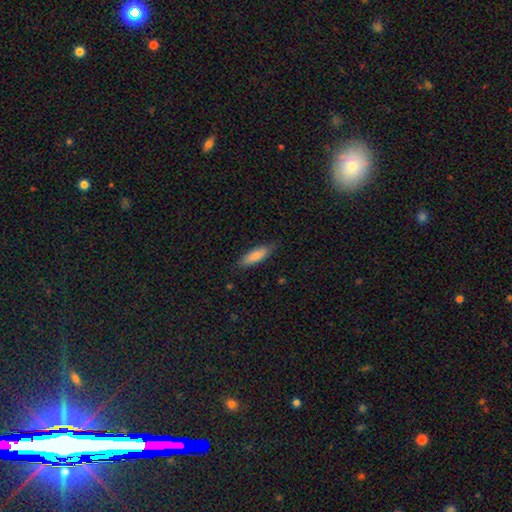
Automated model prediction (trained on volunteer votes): Morphology: type=smooth (83%); roundness=in between (55%); merging=none (83%).